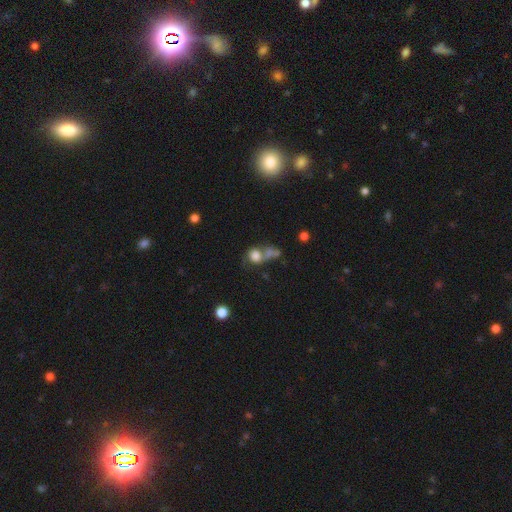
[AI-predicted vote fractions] Smooth or featured: smooth — 70% (featured or disk — 16%)
How rounded: round — 73% (in between — 25%)
Merging: merger — 48% (none — 29%)